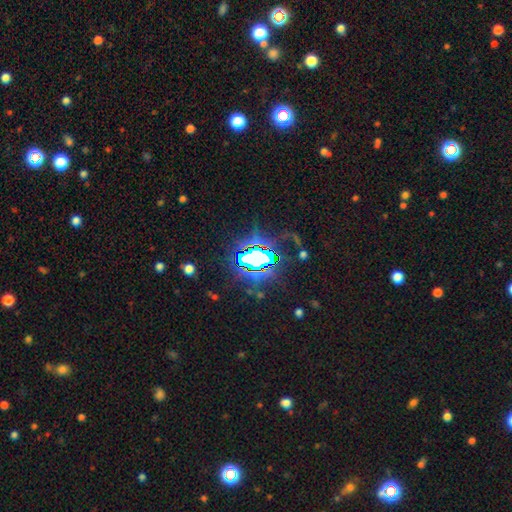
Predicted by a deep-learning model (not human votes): smooth_or_featured: star or artifact (p=0.72) [alt: smooth p=0.15]